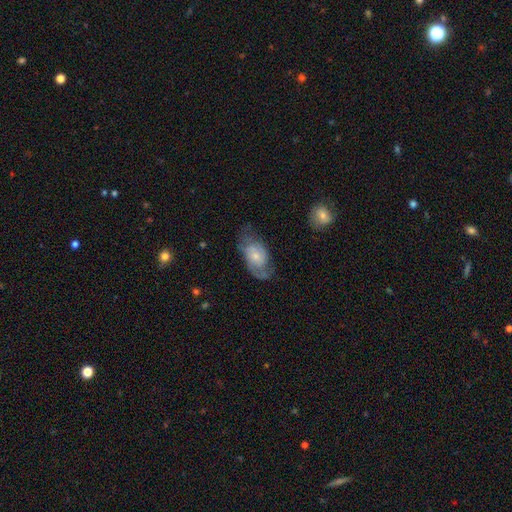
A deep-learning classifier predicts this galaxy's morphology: A featured or disk galaxy (57%) with no bar (75%), spiral arms (75%) and a small central bulge (58%).

Vote fractions:
- Smooth or featured? featured or disk: 57% / smooth: 36% / star or artifact: 7%
- Edge-on disk? no: 94% / yes: 6%
- Bar? no: 75% / weak: 21% / strong: 4%
- Spiral arms? yes: 75% / no: 25%
- Bulge size? small: 58% / moderate: 31% / large: 5% / none: 5% / dominant: 2%
- Merging? none: 47% / minor disturbance: 26% / major disturbance: 24% / merger: 2%